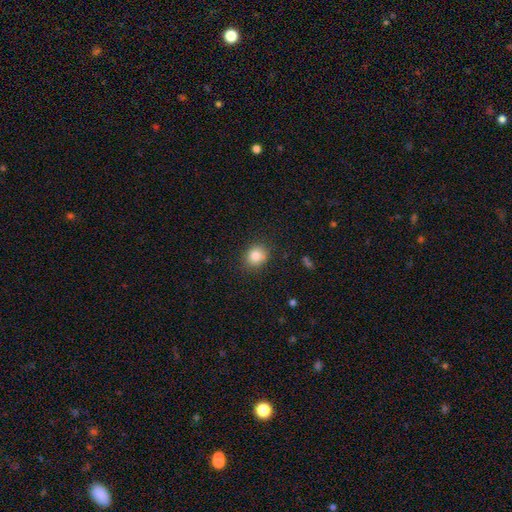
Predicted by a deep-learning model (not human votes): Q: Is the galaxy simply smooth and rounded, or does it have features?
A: smooth — 85%.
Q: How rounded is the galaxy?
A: round — 77%.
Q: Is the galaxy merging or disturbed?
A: none — 85%.